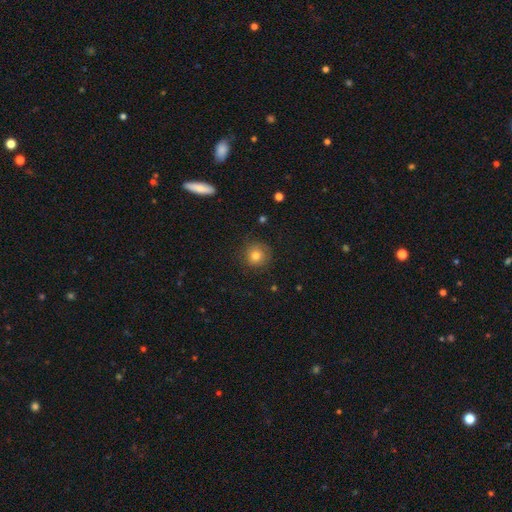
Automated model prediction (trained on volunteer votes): Smooth or featured: smooth — 76% (star or artifact — 12%)
How rounded: round — 93% (in between — 6%)
Merging: none — 82% (minor disturbance — 12%)